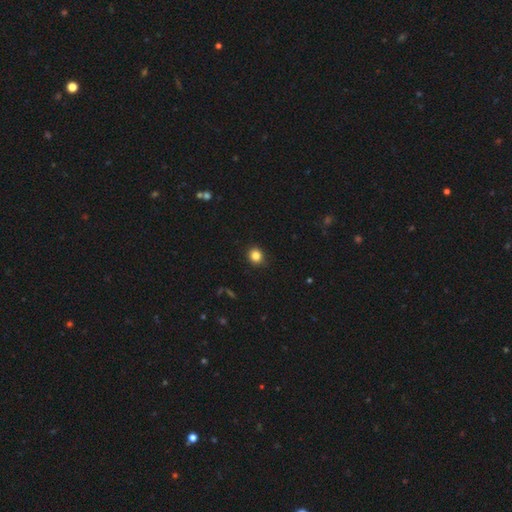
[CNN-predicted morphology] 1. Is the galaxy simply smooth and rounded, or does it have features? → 84% smooth, 11% star or artifact, 5% featured or disk.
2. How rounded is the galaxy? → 81% round, 18% in between, 1% cigar-shaped.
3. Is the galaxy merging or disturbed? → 89% none, 8% minor disturbance, 2% major disturbance, 1% merger.